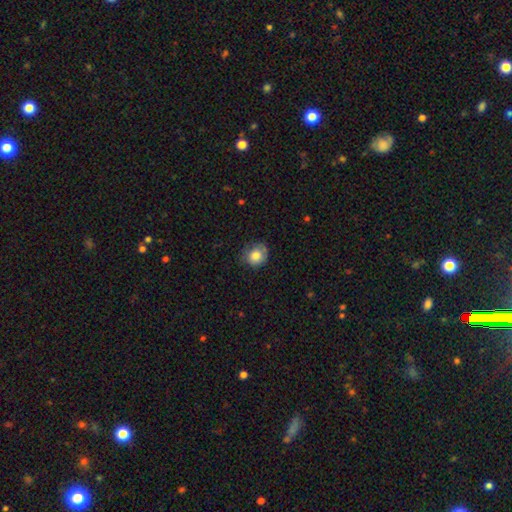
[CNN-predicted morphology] Smooth or featured? smooth (80%)
How rounded? round (71%)
Merging? none (63%)